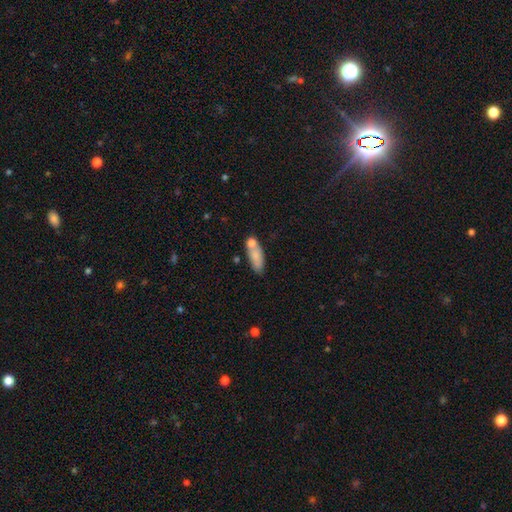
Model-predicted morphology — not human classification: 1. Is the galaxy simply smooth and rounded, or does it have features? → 77% smooth, 15% featured or disk, 7% star or artifact.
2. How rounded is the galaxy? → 68% in between, 28% cigar-shaped, 3% round.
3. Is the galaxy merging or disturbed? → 57% none, 20% merger, 18% minor disturbance, 5% major disturbance.